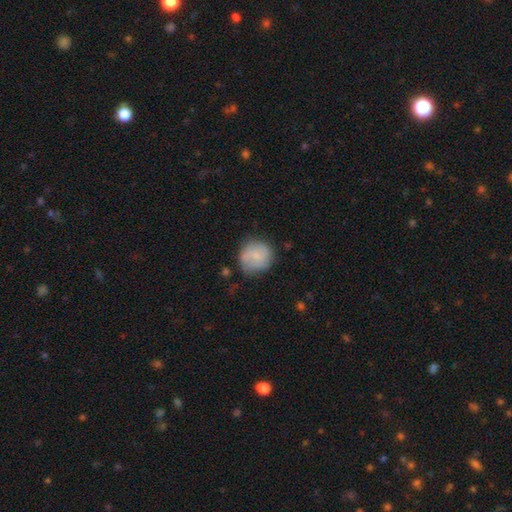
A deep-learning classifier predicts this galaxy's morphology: Smooth or featured?
  - smooth: 69% *
  - featured or disk: 23%
  - star or artifact: 7%
How rounded?
  - round: 89% *
  - in between: 10%
  - cigar-shaped: 1%
Merging?
  - none: 67% *
  - minor disturbance: 22%
  - major disturbance: 8%
  - merger: 3%